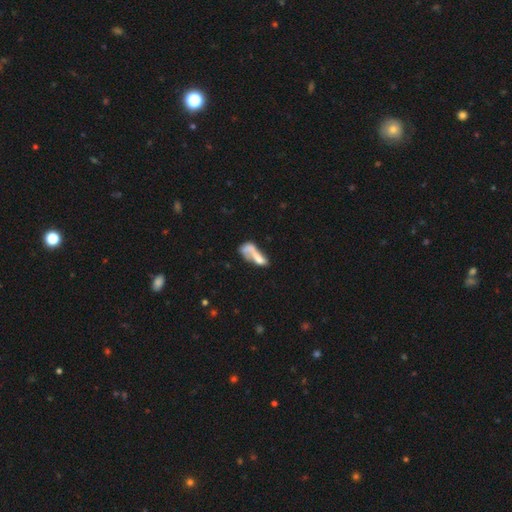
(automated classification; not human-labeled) Smooth or featured: smooth — 53% (featured or disk — 37%)
How rounded: in between — 62% (cigar-shaped — 33%)
Merging: merger — 42% (major disturbance — 25%)